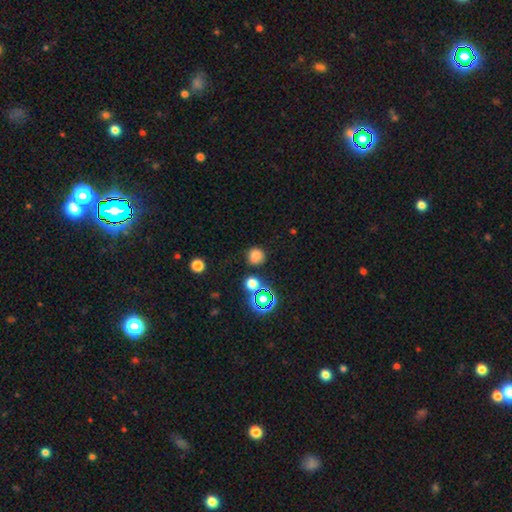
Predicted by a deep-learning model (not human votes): smooth_or_featured: smooth (p=0.75) [alt: star or artifact p=0.19]
how_rounded: round (p=0.91) [alt: in between p=0.08]
merging: none (p=0.81) [alt: minor disturbance p=0.10]